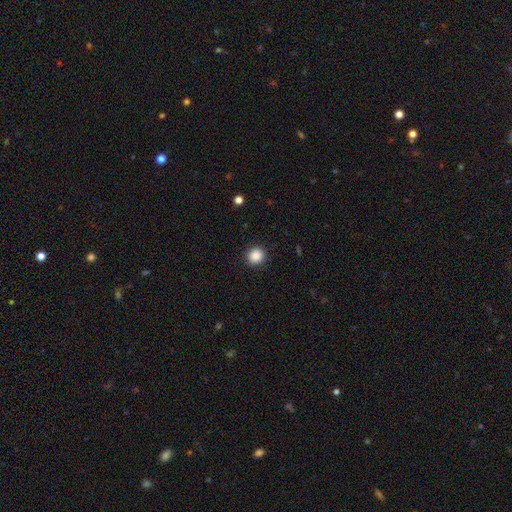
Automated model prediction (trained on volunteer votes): This is clearly a smooth galaxy (88%). How rounded: clearly round (93%). Merging: clearly none (92%).